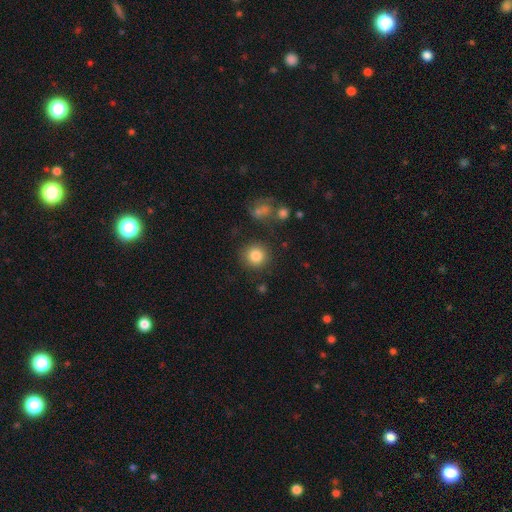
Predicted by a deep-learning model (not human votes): A smooth galaxy with no disk features (84%) that is round (92%). Merging: none (87%).